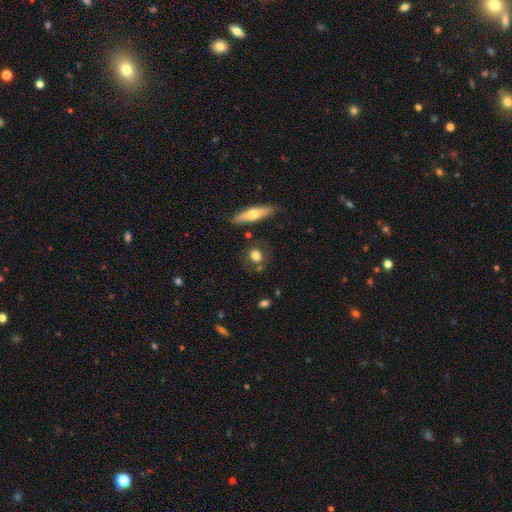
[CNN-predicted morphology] Smooth or featured: smooth — 75% (featured or disk — 16%)
How rounded: round — 58% (in between — 36%)
Merging: none — 74% (minor disturbance — 14%)